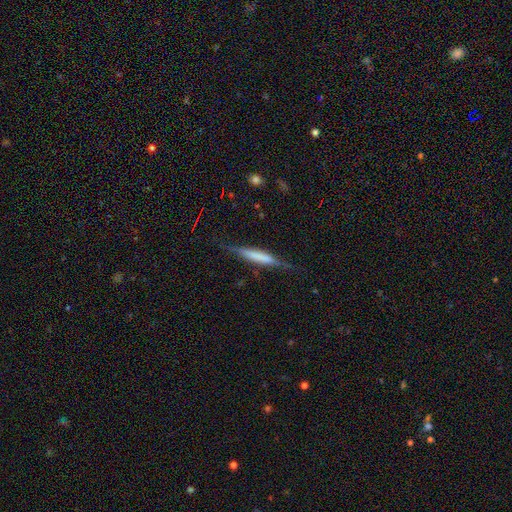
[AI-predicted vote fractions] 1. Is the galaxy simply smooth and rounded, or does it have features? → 49% featured or disk, 45% smooth, 6% star or artifact.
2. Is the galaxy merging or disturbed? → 77% none, 17% minor disturbance, 5% major disturbance, 2% merger.